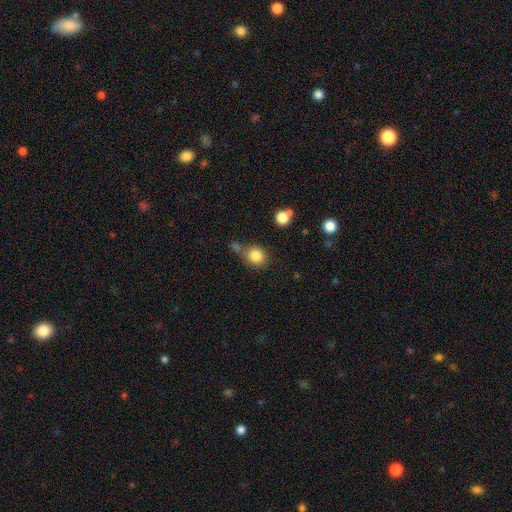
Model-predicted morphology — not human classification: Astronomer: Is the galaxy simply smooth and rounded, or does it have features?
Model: smooth — 84%.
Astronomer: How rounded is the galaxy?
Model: round — 79%.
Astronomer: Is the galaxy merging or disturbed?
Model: none — 62%.